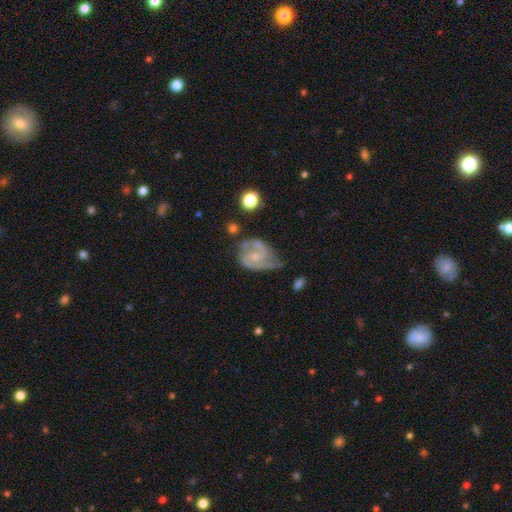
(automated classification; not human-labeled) smooth-or-featured: featured or disk: 79% | smooth: 15% | star or artifact: 6%
  disk-edge-on: no: 98% | yes: 2%
    bar: no: 64% | weak: 31% | strong: 5%
    has-spiral-arms: yes: 92% | no: 8%
      spiral-winding: medium: 47% | tight: 35% | loose: 18%
      spiral-arm-count: 2: 69% | can't tell: 12% | 3: 7% | 1: 7% | 4: 2% | more than 4: 2%
    bulge-size: small: 65% | moderate: 26% | none: 7% | large: 1% | dominant: 1%
  merging: none: 41% | minor disturbance: 32% | major disturbance: 23% | merger: 5%